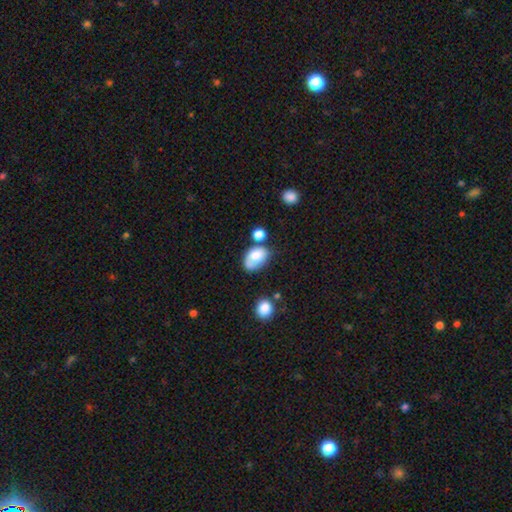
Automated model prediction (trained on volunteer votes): A smooth galaxy with no disk features (71%) that is in between round and cigar-shaped (82%).

Vote fractions:
- Smooth or featured? smooth: 71% / featured or disk: 21% / star or artifact: 9%
- How rounded? in between: 82% / round: 17% / cigar-shaped: 1%
- Merging? none: 38% / minor disturbance: 26% / merger: 22% / major disturbance: 14%